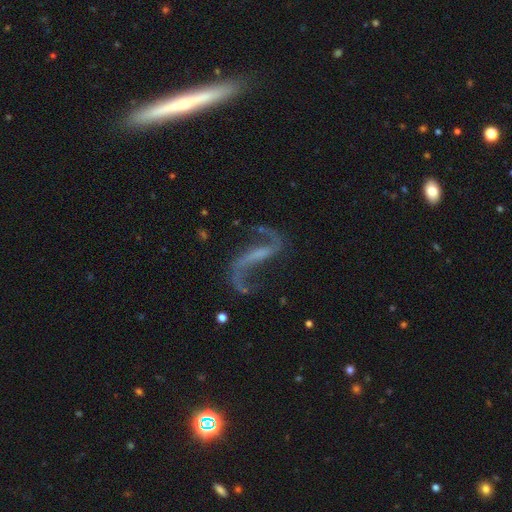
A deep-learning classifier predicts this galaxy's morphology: A featured or disk galaxy (89%) with a weak bar (39%), 2 (92%) loose (81%) spiral arms (96%) and no central bulge (48%).

Vote fractions:
- Smooth or featured? featured or disk: 89% / star or artifact: 7% / smooth: 4%
- Edge-on disk? no: 95% / yes: 5%
- Bar? weak: 39% / strong: 37% / no: 24%
- Spiral arms? yes: 96% / no: 4%
- Spiral winding? loose: 81% / medium: 15% / tight: 4%
- Spiral arm count? 2: 92% / 1: 3% / can't tell: 2% / 3: 1% / 4: 1% / more than 4: 1%
- Bulge size? none: 48% / small: 38% / moderate: 11% / large: 2% / dominant: 1%
- Merging? none: 67% / minor disturbance: 15% / major disturbance: 13% / merger: 4%